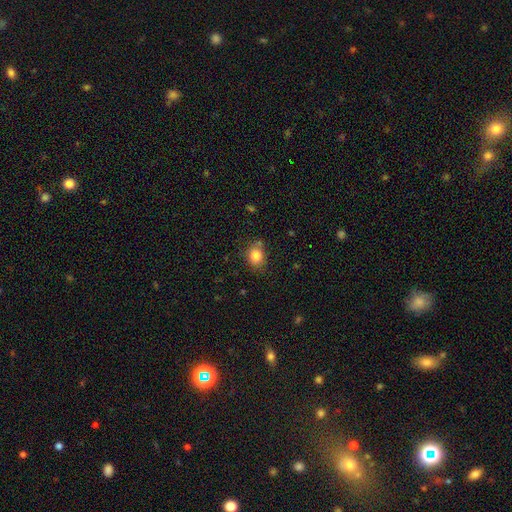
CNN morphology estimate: Q: Smooth or featured?
A: smooth (83%); runner-up: star or artifact (10%)
Q: How rounded?
A: round (63%); runner-up: in between (36%)
Q: Merging?
A: none (73%); runner-up: minor disturbance (17%)